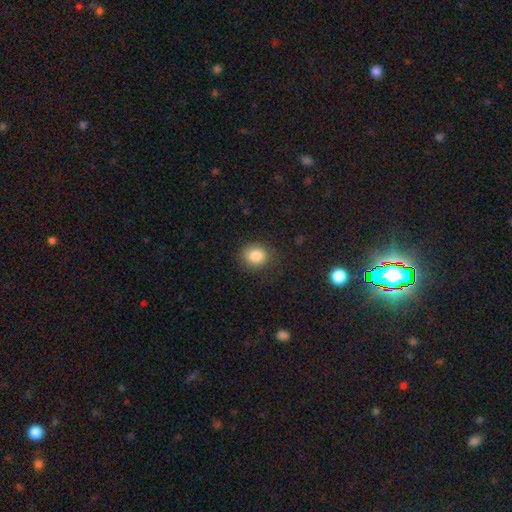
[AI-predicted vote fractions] Overall: smooth (85%). How rounded: round (70%; in between 30%). Merging: none (84%).